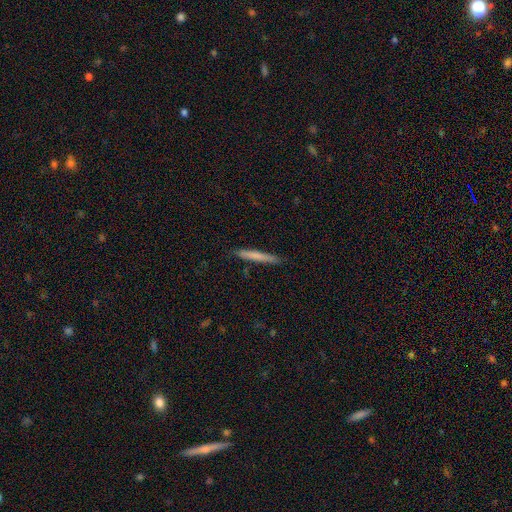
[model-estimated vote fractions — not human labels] Smooth or featured? smooth (70%)
How rounded? cigar-shaped (96%)
Merging? none (87%)